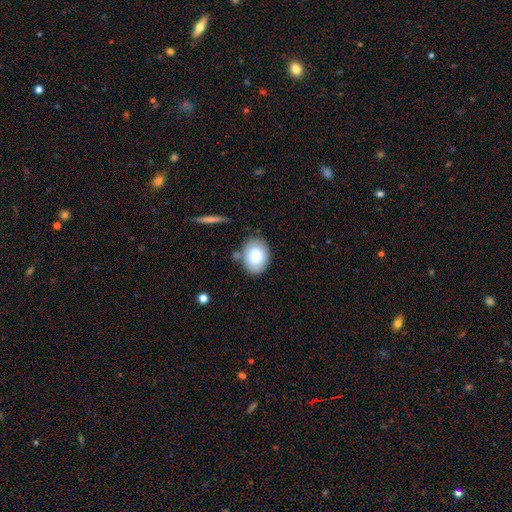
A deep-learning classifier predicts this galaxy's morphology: A smooth galaxy with no disk features (78%) that is in between round and cigar-shaped (63%). Merging: none (78%).